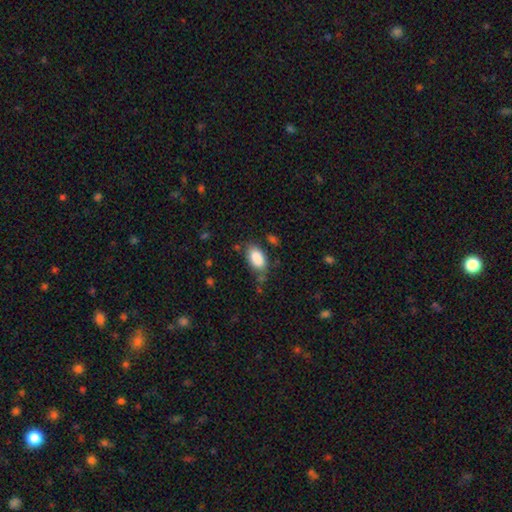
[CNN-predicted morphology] A smooth galaxy with no disk features (88%) that is in between round and cigar-shaped (93%).

Vote fractions:
- Smooth or featured? smooth: 88% / star or artifact: 7% / featured or disk: 5%
- How rounded? in between: 93% / round: 5% / cigar-shaped: 2%
- Merging? none: 71% / minor disturbance: 20% / major disturbance: 6% / merger: 4%